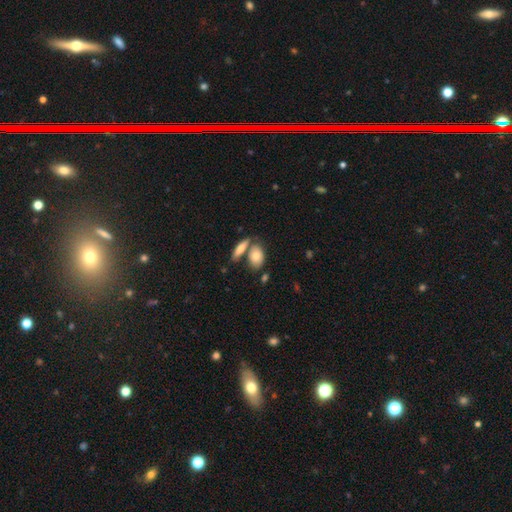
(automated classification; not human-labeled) This is likely a smooth galaxy (78%). How rounded: clearly in between (84%). Merging: possibly none (52%).